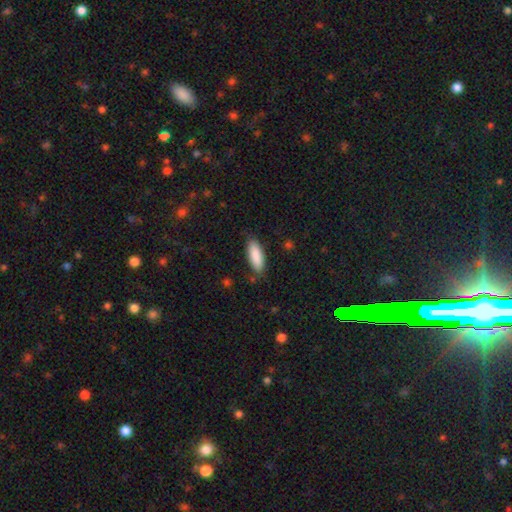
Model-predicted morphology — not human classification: A smooth galaxy with no disk features (89%) that is in between round and cigar-shaped (68%).

Vote fractions:
- Smooth or featured? smooth: 89% / star or artifact: 6% / featured or disk: 6%
- How rounded? in between: 68% / cigar-shaped: 30% / round: 2%
- Merging? none: 84% / minor disturbance: 12% / major disturbance: 3% / merger: 2%